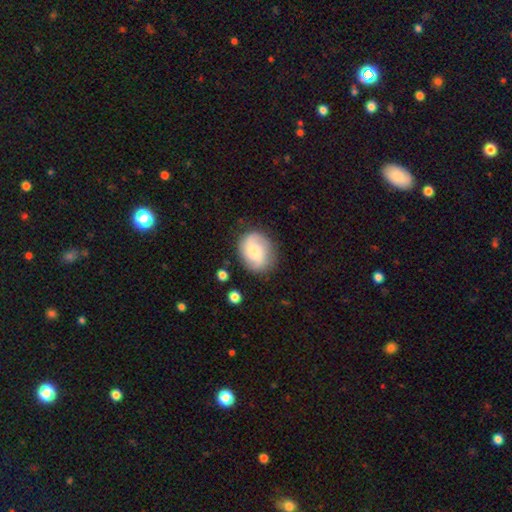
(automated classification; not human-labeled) The model was most divided on "bulge size": moderate: 44%, small: 42%, large: 8%, none: 4%, dominant: 2%. More confident: edge-on disk — no (97%); spiral arms — yes (87%); merging — none (77%); bar — no (59%); smooth or featured — featured or disk (52%).